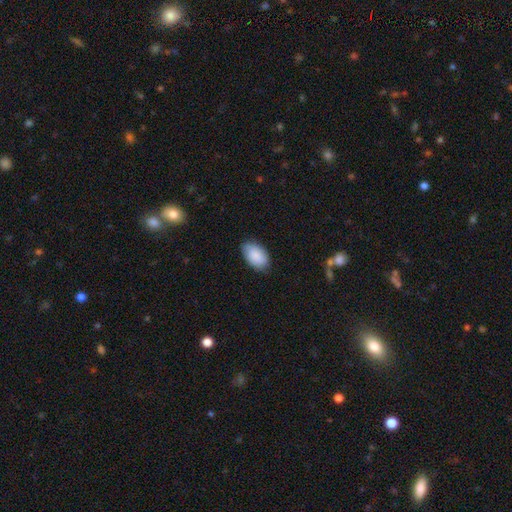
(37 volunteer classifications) smooth-or-featured: smooth: 81% | featured or disk: 14% | star or artifact: 5%
  how-rounded: in between: 93% | round: 7% | cigar-shaped: 0%
  merging: none: 91% | minor disturbance: 6% | major disturbance: 3% | merger: 0%